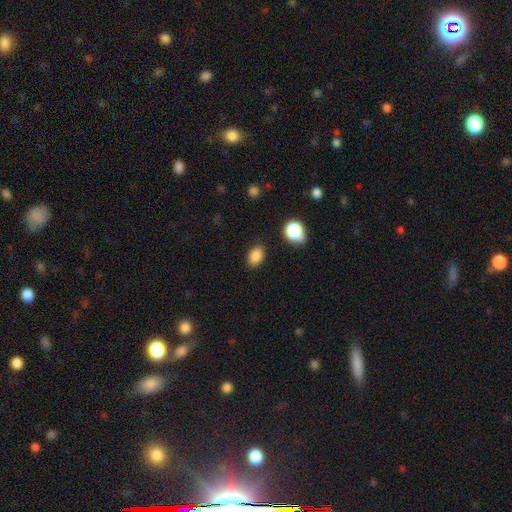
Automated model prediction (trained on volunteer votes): Smooth or featured? Predicted: smooth (p=0.85). How rounded? Predicted: in between (p=0.80). Merging? Predicted: none (p=0.85).